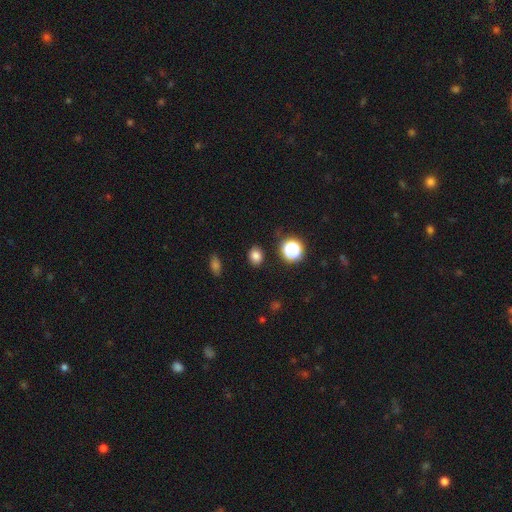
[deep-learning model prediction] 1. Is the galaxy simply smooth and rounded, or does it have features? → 79% smooth, 16% star or artifact, 5% featured or disk.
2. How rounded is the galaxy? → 52% in between, 47% round, 1% cigar-shaped.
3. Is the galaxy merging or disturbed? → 87% none, 8% minor disturbance, 3% major disturbance, 2% merger.